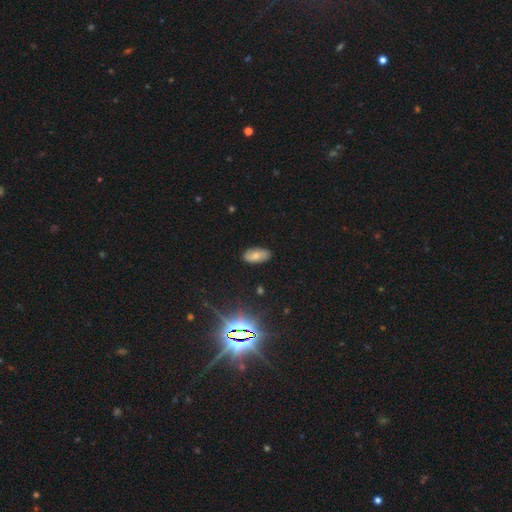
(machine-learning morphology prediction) smooth_or_featured: smooth (p=0.60) [alt: featured or disk p=0.26]
how_rounded: in between (p=0.93) [alt: cigar-shaped p=0.04]
merging: none (p=0.83) [alt: minor disturbance p=0.13]